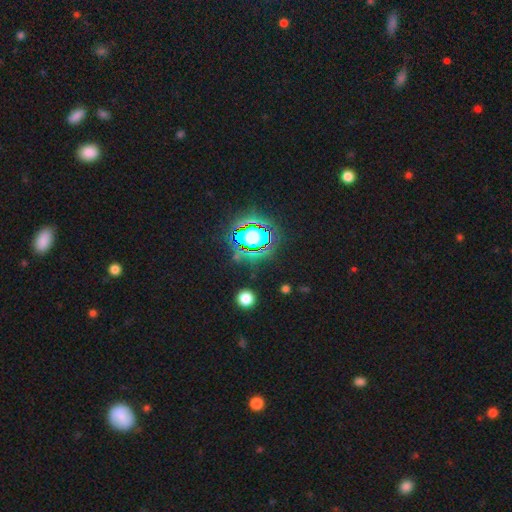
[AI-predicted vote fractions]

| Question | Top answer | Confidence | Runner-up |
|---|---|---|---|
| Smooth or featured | star or artifact | 83% | smooth (11%) |